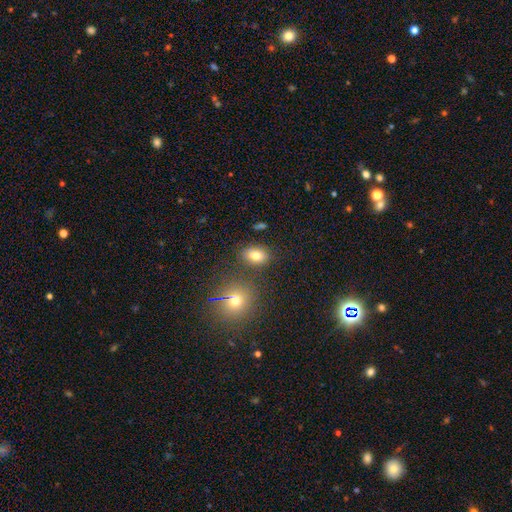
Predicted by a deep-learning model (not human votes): Smooth or featured? Predicted: smooth (p=0.77). How rounded? Predicted: in between (p=0.78). Merging? Predicted: none (p=0.80).